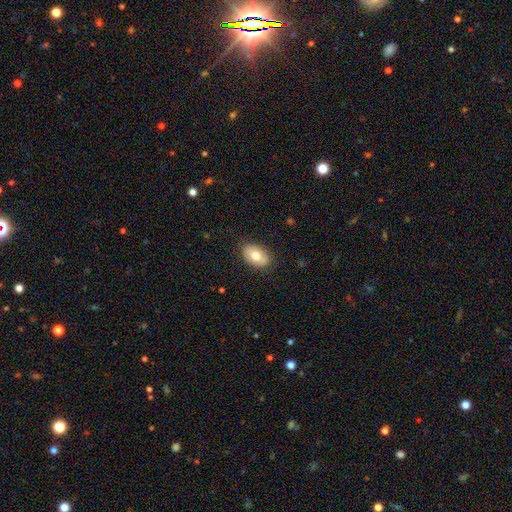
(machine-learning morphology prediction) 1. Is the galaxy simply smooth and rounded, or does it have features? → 75% smooth, 18% featured or disk, 7% star or artifact.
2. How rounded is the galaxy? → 88% in between, 11% round, 1% cigar-shaped.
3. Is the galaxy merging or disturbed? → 85% none, 11% minor disturbance, 3% major disturbance, 1% merger.